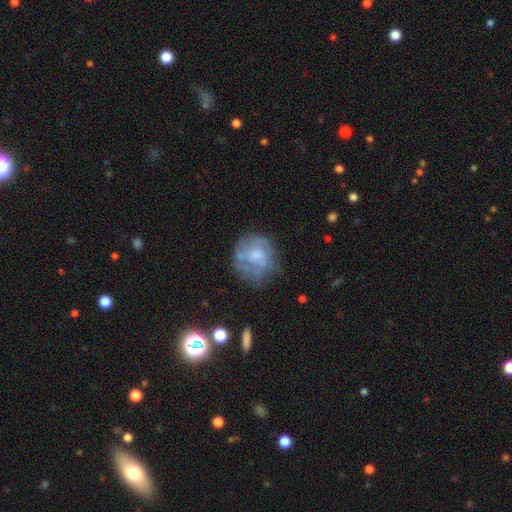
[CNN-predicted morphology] This is possibly a featured or disk galaxy (55%). It is clearly not viewed edge-on (98%). Bar: likely no (73%). Spiral arm pattern: possibly yes (52%). Central bulge: marginally moderate (41%). Merging: possibly none (58%).